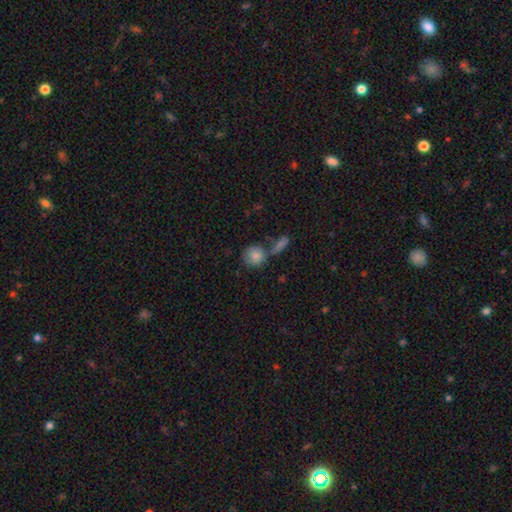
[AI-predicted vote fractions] The model was most divided on "merging": none: 53%, merger: 28%, minor disturbance: 13%, major disturbance: 6%. More confident: smooth or featured — smooth (83%); how rounded — round (83%).